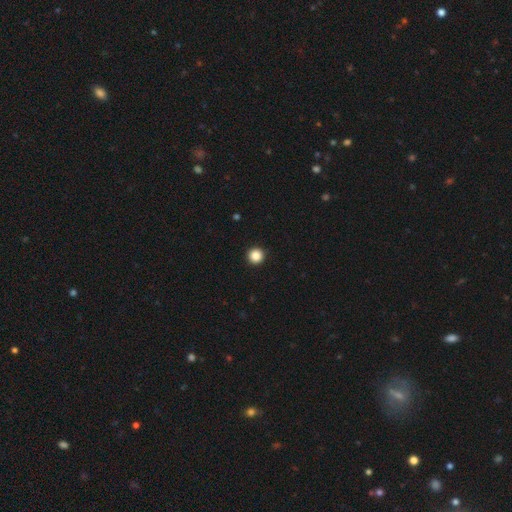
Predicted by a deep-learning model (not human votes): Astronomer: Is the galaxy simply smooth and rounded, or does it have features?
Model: smooth — 87%.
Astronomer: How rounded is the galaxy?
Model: round — 97%.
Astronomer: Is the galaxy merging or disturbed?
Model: none — 94%.